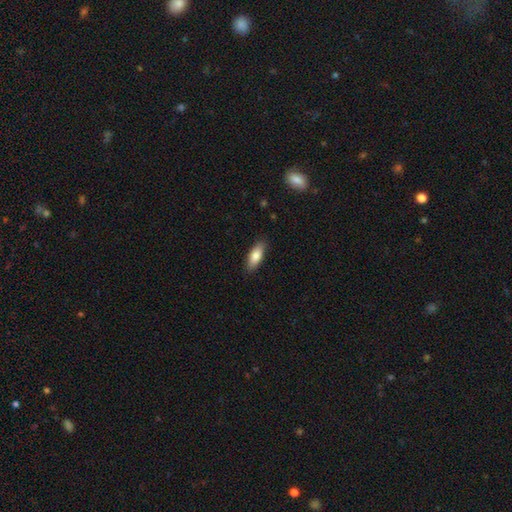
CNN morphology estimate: A smooth galaxy with no disk features (82%) that is in between round and cigar-shaped (74%).

Vote fractions:
- Smooth or featured? smooth: 82% / featured or disk: 12% / star or artifact: 6%
- How rounded? in between: 74% / cigar-shaped: 24% / round: 2%
- Merging? none: 86% / minor disturbance: 11% / major disturbance: 2% / merger: 1%